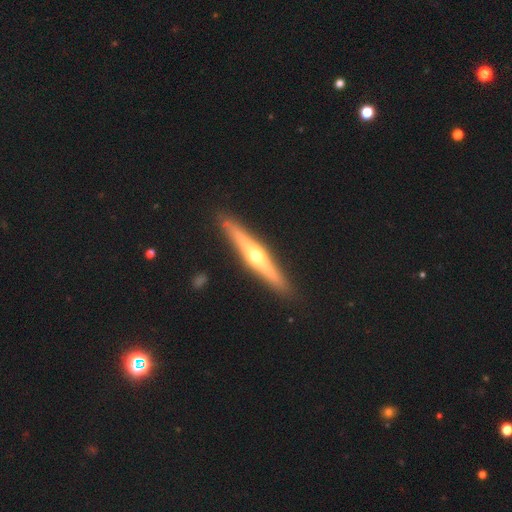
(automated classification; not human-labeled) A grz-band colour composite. It shows a featured or disk galaxy (76%) viewed edge-on (98%) with a rounded central bulge (93%). Merging: none (91%).